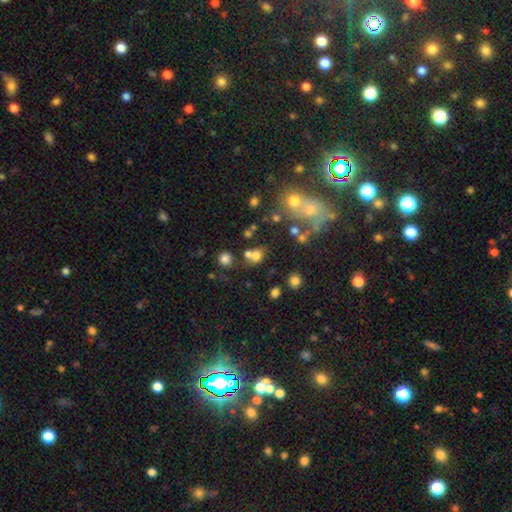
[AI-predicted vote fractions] Smooth or featured? Predicted: smooth (p=0.69). How rounded? Predicted: round (p=0.62). Merging? Predicted: none (p=0.48).